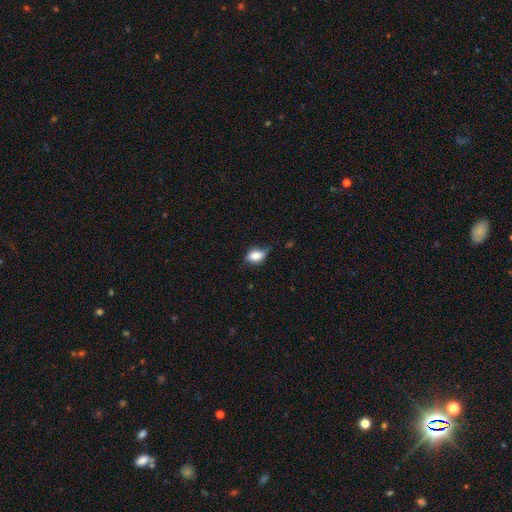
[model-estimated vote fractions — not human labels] Smooth or featured?
  - smooth: 76% *
  - featured or disk: 15%
  - star or artifact: 9%
How rounded?
  - in between: 76% *
  - round: 22%
  - cigar-shaped: 3%
Merging?
  - minor disturbance: 43% *
  - none: 39%
  - major disturbance: 15%
  - merger: 3%